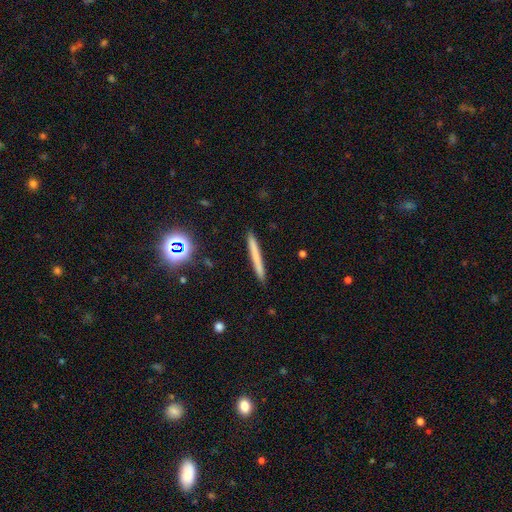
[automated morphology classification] This is likely a smooth galaxy (64%). How rounded: clearly cigar-shaped (96%). Merging: clearly none (91%).